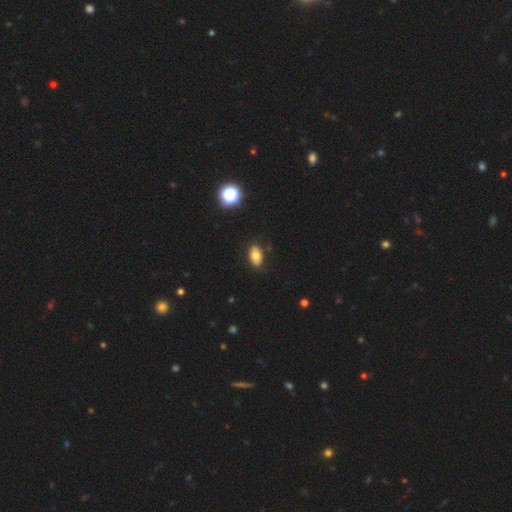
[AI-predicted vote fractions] This is likely a smooth galaxy (75%). How rounded: clearly in between (91%). Merging: clearly none (85%).